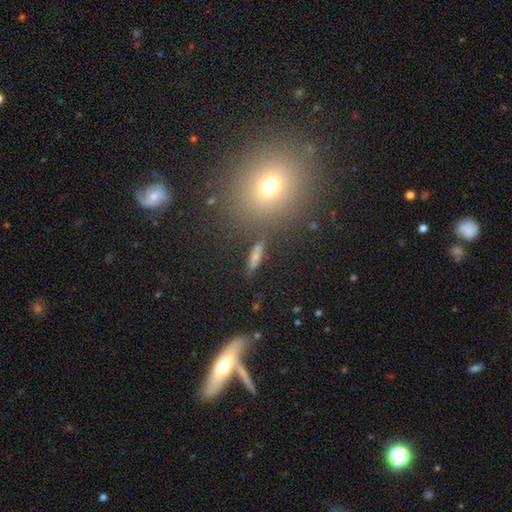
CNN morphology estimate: The model was most divided on "how rounded": cigar-shaped: 59%, in between: 34%, round: 8%. More confident: merging — none (73%); smooth or featured — smooth (57%).